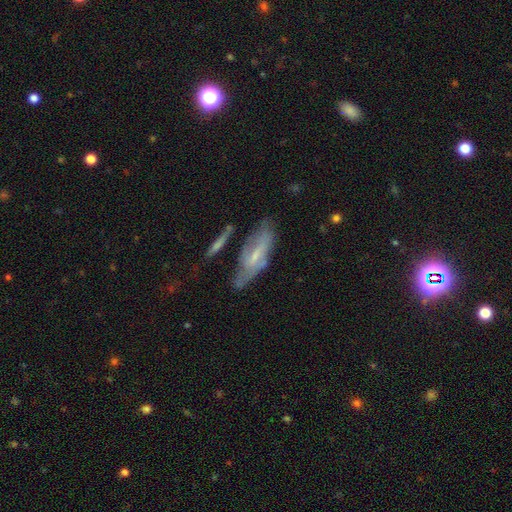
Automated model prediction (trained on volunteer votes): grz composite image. It shows a featured or disk galaxy (63%). Merging: none (51%).